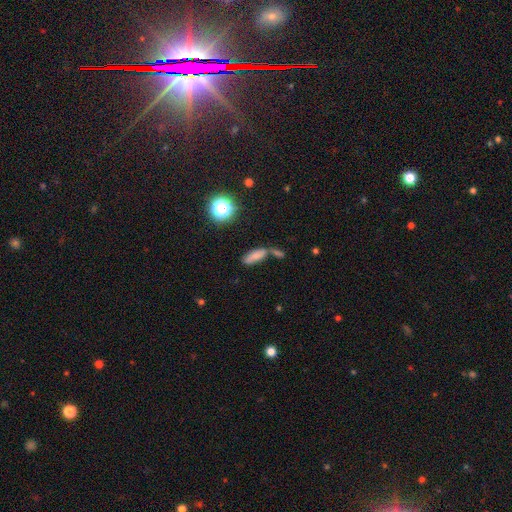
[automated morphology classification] Smooth or featured? Predicted: smooth (p=0.73). How rounded? Predicted: in between (p=0.59). Merging? Predicted: none (p=0.43).